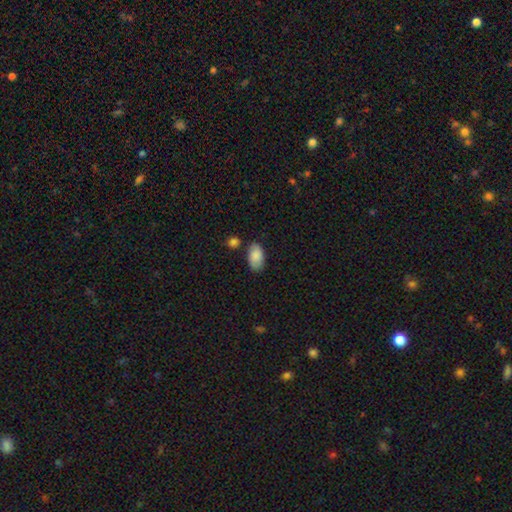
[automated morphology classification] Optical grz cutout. It shows a smooth galaxy with no disk features (87%) that is in between round and cigar-shaped (94%). Merging: none (73%).